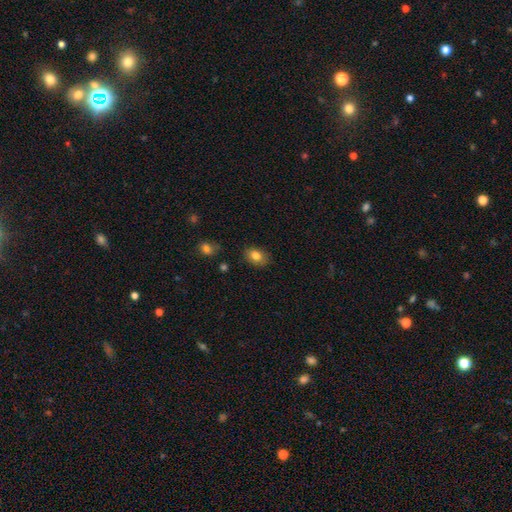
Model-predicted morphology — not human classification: smooth_or_featured: smooth (p=0.82) [alt: featured or disk p=0.09]
how_rounded: in between (p=0.77) [alt: round p=0.22]
merging: none (p=0.85) [alt: minor disturbance p=0.12]